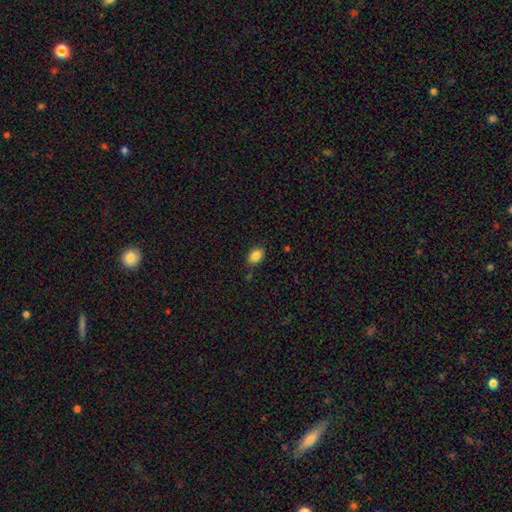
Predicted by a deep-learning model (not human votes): Smooth or featured: smooth — 87% (star or artifact — 9%)
How rounded: in between — 81% (round — 18%)
Merging: none — 80% (minor disturbance — 14%)